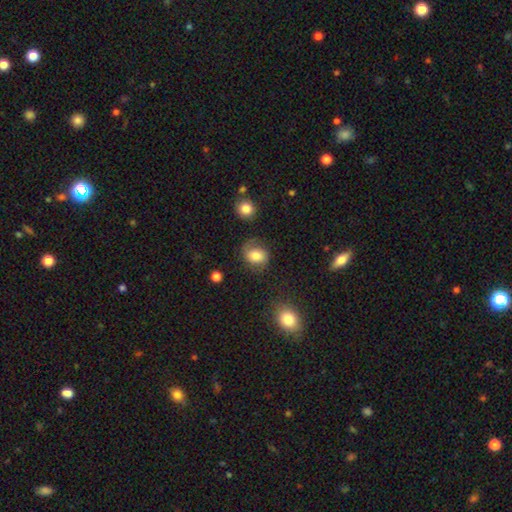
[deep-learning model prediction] Smooth or featured?
  - smooth: 59% *
  - featured or disk: 31%
  - star or artifact: 10%
How rounded?
  - round: 61% *
  - in between: 38%
  - cigar-shaped: 1%
Merging?
  - none: 63% *
  - minor disturbance: 22%
  - major disturbance: 13%
  - merger: 3%